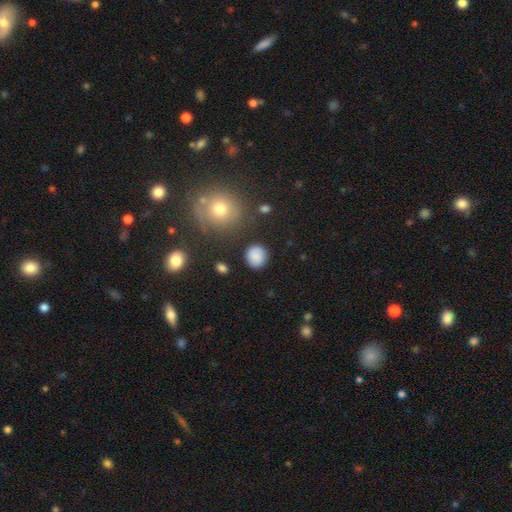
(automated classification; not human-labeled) smooth_or_featured: smooth (p=0.82) [alt: star or artifact p=0.10]
how_rounded: round (p=0.85) [alt: in between p=0.14]
merging: none (p=0.83) [alt: minor disturbance p=0.11]